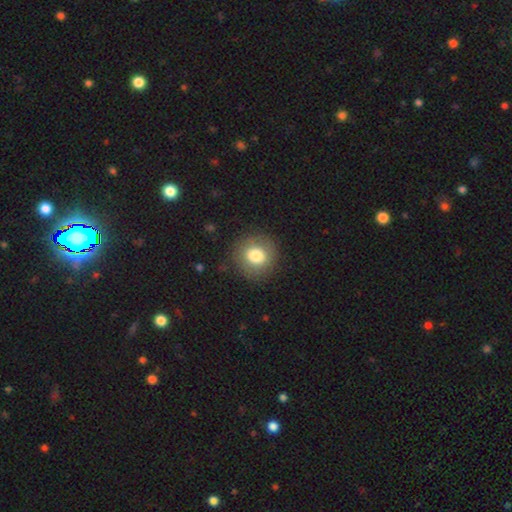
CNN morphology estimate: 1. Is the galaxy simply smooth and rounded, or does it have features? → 78% smooth, 13% featured or disk, 9% star or artifact.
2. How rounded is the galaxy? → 93% round, 6% in between, 1% cigar-shaped.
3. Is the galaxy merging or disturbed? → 87% none, 8% minor disturbance, 3% major disturbance, 1% merger.